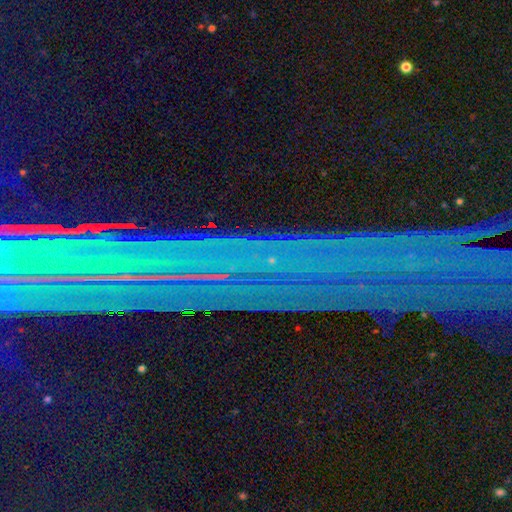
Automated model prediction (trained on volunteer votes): The model was most divided on "smooth or featured": star or artifact: 82%, featured or disk: 10%, smooth: 8%.